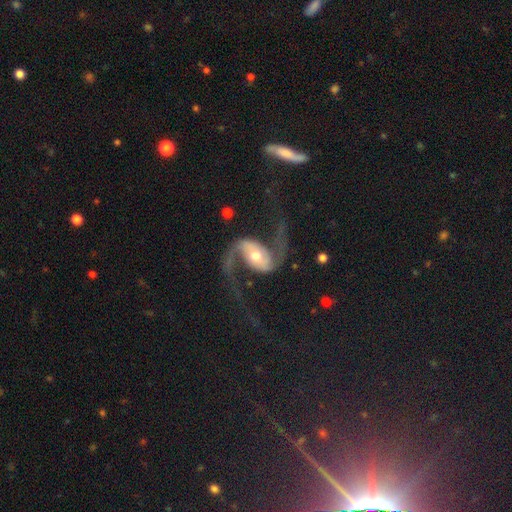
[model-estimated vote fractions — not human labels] featured or disk 91%, smooth 5%, star or artifact 4%. Down the decision tree: edge-on disk — no (97%); bar — weak (36%, tied with no); spiral arms — yes (97%); spiral arm count — 2 (94%); spiral winding — loose (79%); bulge size — moderate (67%); merging — none (66%).